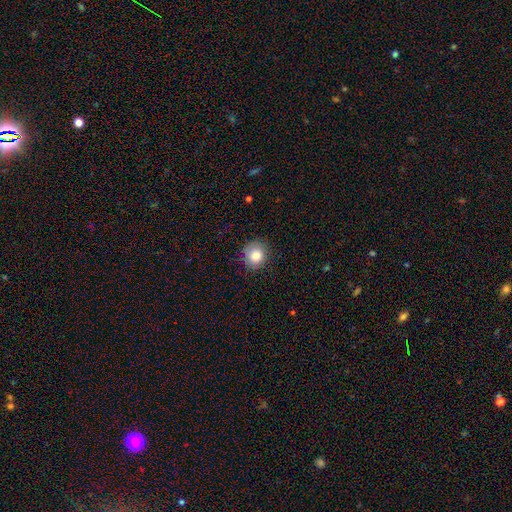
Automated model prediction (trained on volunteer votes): A smooth galaxy with no disk features (83%) that is round (84%).

Vote fractions:
- Smooth or featured? smooth: 83% / star or artifact: 9% / featured or disk: 8%
- How rounded? round: 84% / in between: 15% / cigar-shaped: 1%
- Merging? none: 82% / minor disturbance: 14% / major disturbance: 3% / merger: 1%